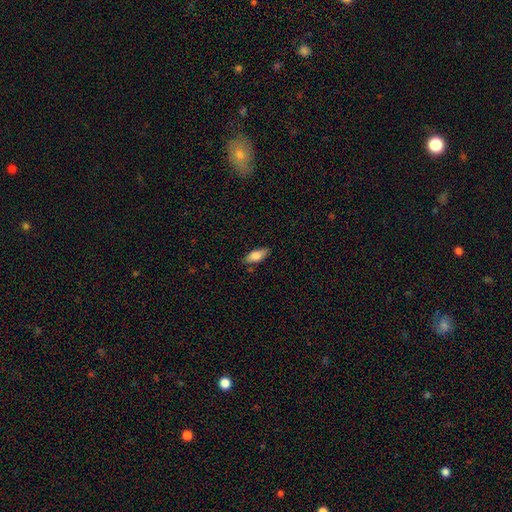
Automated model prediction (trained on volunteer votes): Smooth or featured? Predicted: smooth (p=0.78). How rounded? Predicted: in between (p=0.78). Merging? Predicted: none (p=0.80).